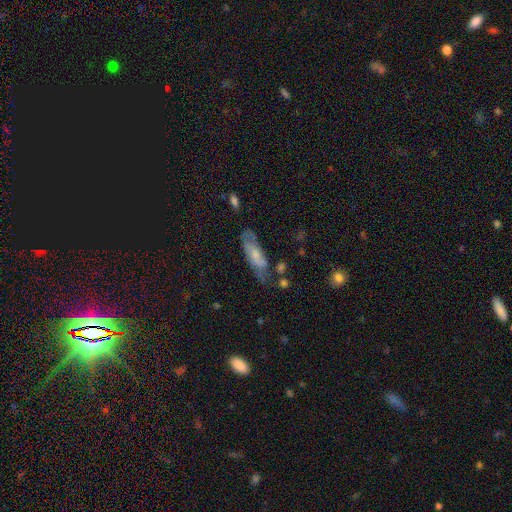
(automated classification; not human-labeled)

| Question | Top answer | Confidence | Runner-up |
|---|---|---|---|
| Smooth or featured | featured or disk | 47% | smooth (45%) |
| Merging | none | 49% | minor disturbance (29%) |